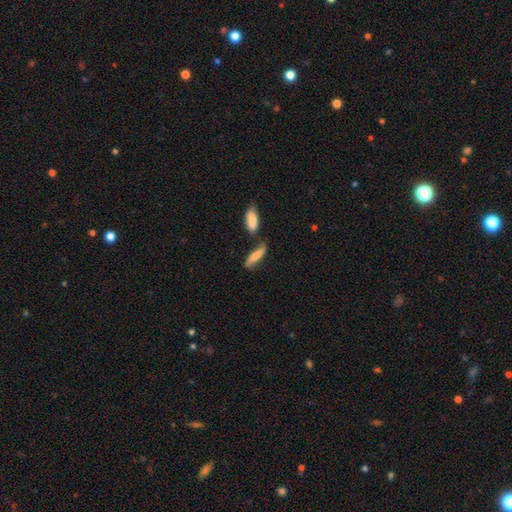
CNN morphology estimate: A smooth galaxy with no disk features (67%) that is cigar-shaped (64%). Merging: none (58%).